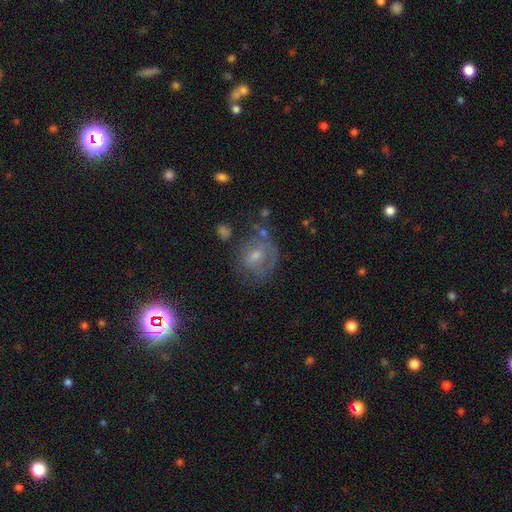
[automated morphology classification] A featured or disk galaxy (52%) with no bar (56%), spiral arms (64%) and a moderate central bulge (50%). Merging: none (58%).